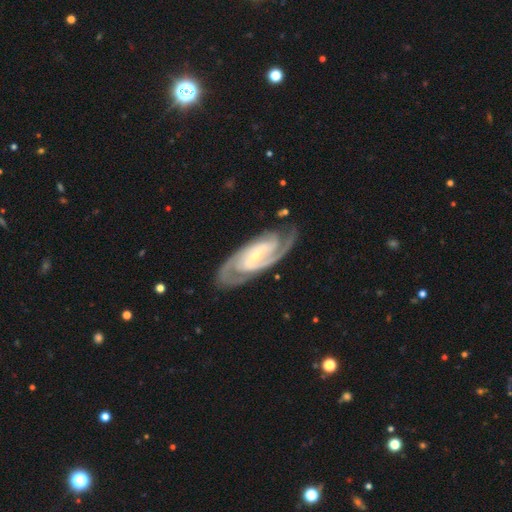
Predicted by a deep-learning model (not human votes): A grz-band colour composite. It shows a featured or disk galaxy (92%) with a weak bar (35%), 2 (79%) tight (56%) spiral arms (98%) and a small central bulge (73%). Merging: none (80%).